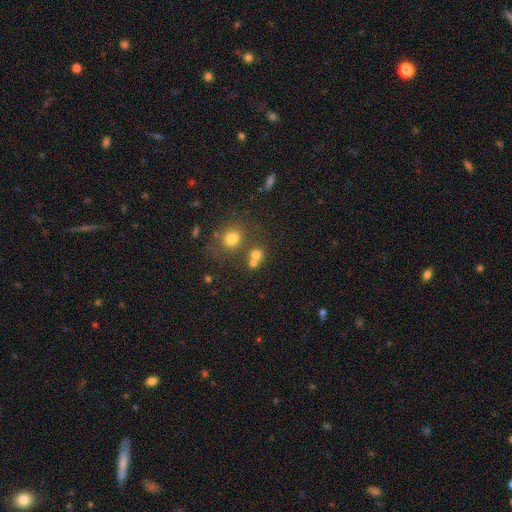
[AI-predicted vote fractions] A smooth galaxy with no disk features (71%) that is round (77%). Merging: none (47%).